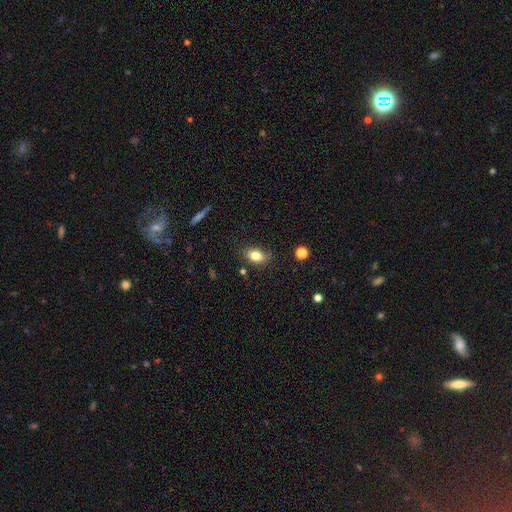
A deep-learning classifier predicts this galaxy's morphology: This is clearly a smooth galaxy (80%). How rounded: clearly in between (82%). Merging: likely none (78%).